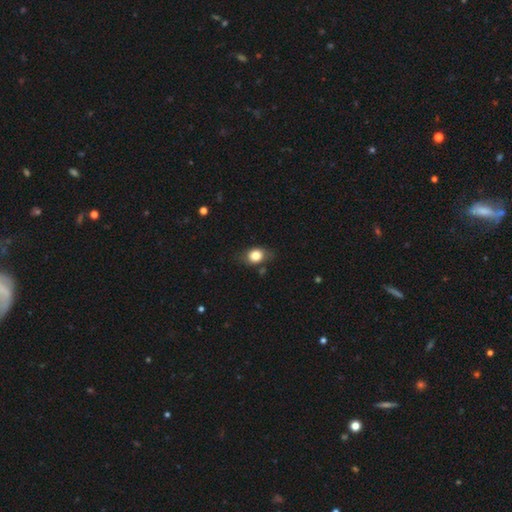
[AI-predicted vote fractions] Overall: smooth (79%). How rounded: in between (58%; round 41%). Merging: none (70%).